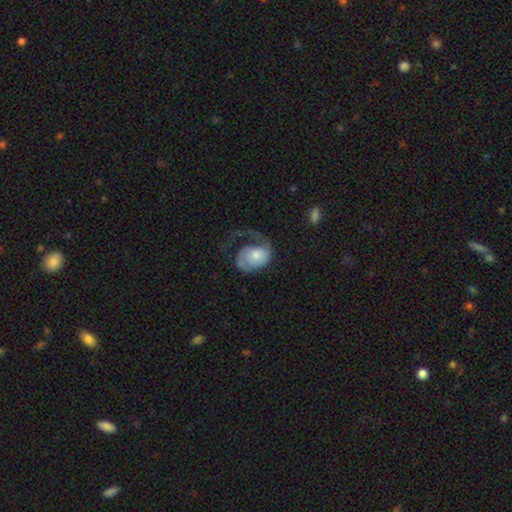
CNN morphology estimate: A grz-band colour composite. It shows a featured or disk galaxy (55%) with no bar (78%), spiral arms (75%) and a moderate central bulge (44%). Merging: major disturbance (59%).